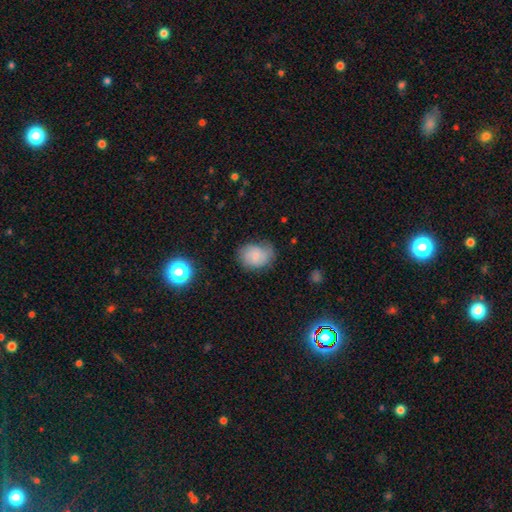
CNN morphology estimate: A smooth galaxy with no disk features (61%) that is in between round and cigar-shaped (54%).

Vote fractions:
- Smooth or featured? smooth: 61% / featured or disk: 30% / star or artifact: 10%
- How rounded? in between: 54% / round: 45% / cigar-shaped: 1%
- Merging? none: 62% / minor disturbance: 27% / major disturbance: 9% / merger: 2%